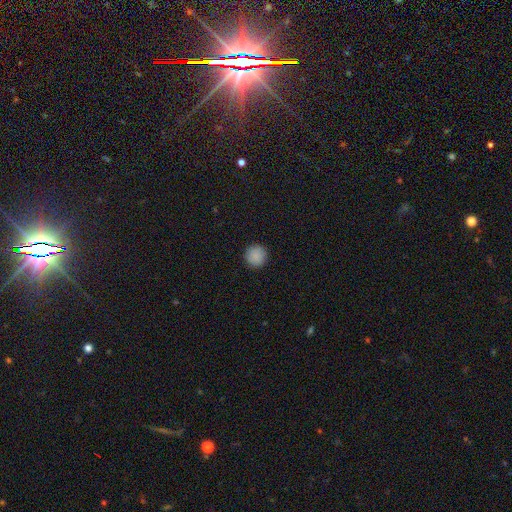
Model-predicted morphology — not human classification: Q: Smooth or featured?
A: smooth (89%); runner-up: star or artifact (9%)
Q: How rounded?
A: round (96%); runner-up: in between (3%)
Q: Merging?
A: none (93%); runner-up: minor disturbance (5%)